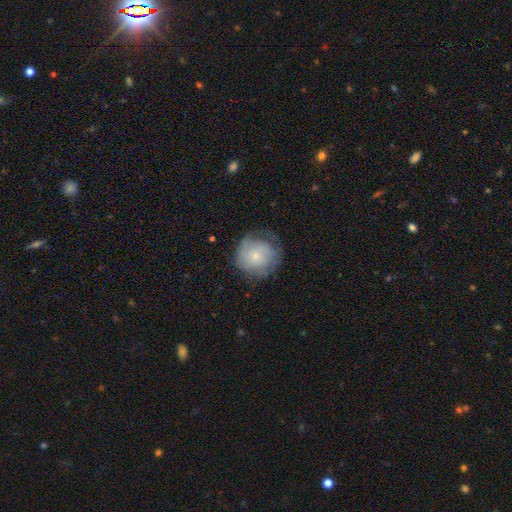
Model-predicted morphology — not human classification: This is possibly a smooth galaxy (57%). How rounded: clearly round (84%). Merging: possibly none (56%).